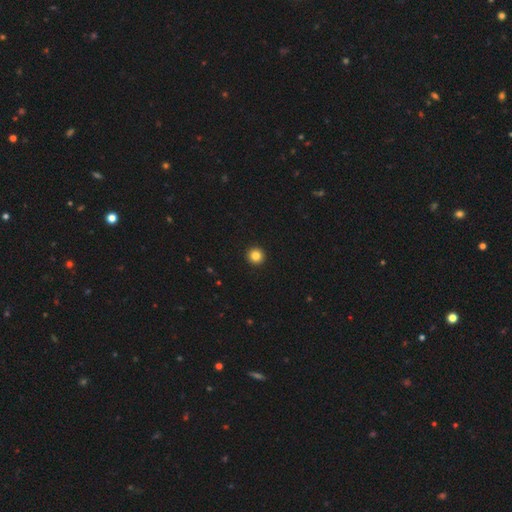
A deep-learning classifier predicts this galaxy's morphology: smooth_or_featured: smooth (p=0.84) [alt: star or artifact p=0.11]
how_rounded: round (p=0.96) [alt: in between p=0.03]
merging: none (p=0.94) [alt: minor disturbance p=0.03]